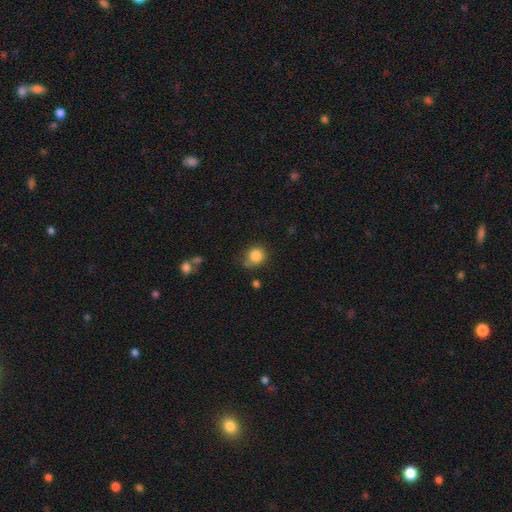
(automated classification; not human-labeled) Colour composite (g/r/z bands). It shows a smooth galaxy with no disk features (85%) that is round (83%). Merging: none (69%).